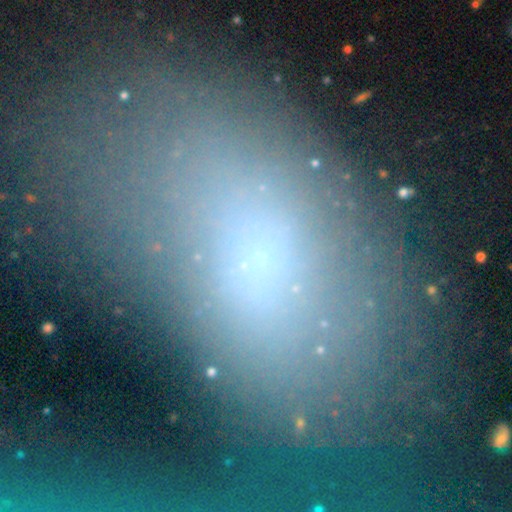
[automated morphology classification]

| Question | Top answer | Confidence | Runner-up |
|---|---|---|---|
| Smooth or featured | smooth | 50% | featured or disk (31%) |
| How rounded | in between | 86% | round (7%) |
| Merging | none | 56% | minor disturbance (19%) |